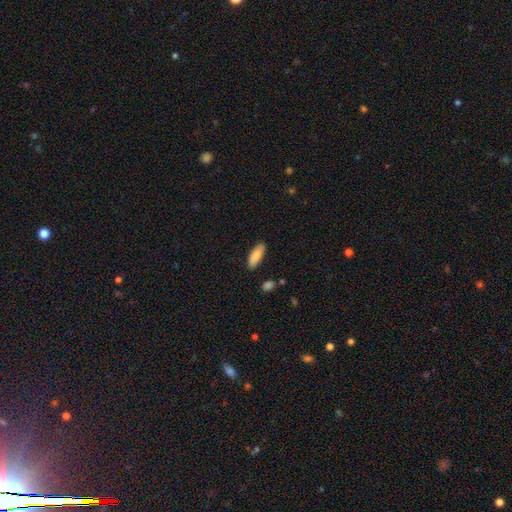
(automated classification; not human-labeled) This appears to be a smooth galaxy with no disk features (84%) that is in between round and cigar-shaped (71%). Merging: none (84%).